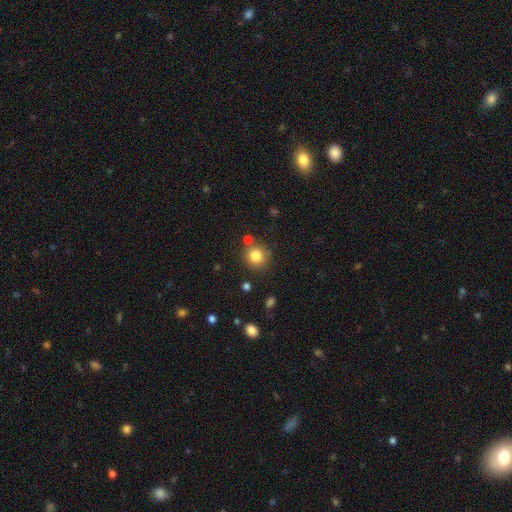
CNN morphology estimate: Smooth or featured: smooth — 83% (star or artifact — 11%)
How rounded: round — 90% (in between — 9%)
Merging: none — 74% (merger — 12%)